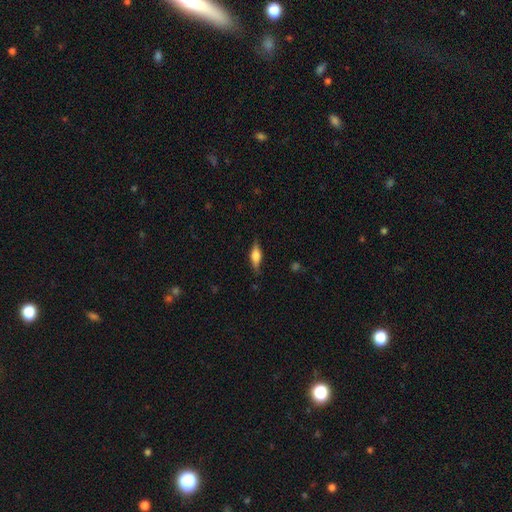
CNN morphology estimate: This is possibly a smooth galaxy (49%). Merging: likely none (79%).